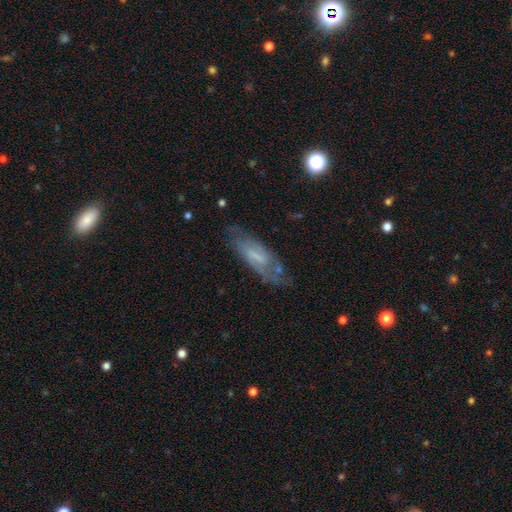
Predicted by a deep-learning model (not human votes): Smooth or featured? featured or disk (59%)
Edge-on disk? no (76%)
Merging? none (69%)